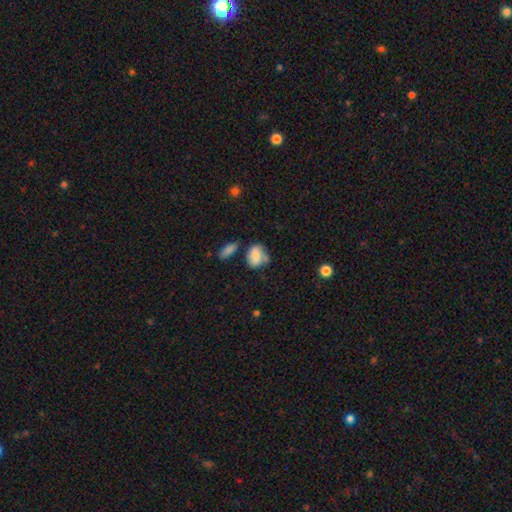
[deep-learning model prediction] Smooth or featured?
  - smooth: 76% *
  - featured or disk: 16%
  - star or artifact: 8%
How rounded?
  - in between: 72% *
  - round: 27%
  - cigar-shaped: 2%
Merging?
  - none: 42% *
  - minor disturbance: 26%
  - merger: 19%
  - major disturbance: 12%